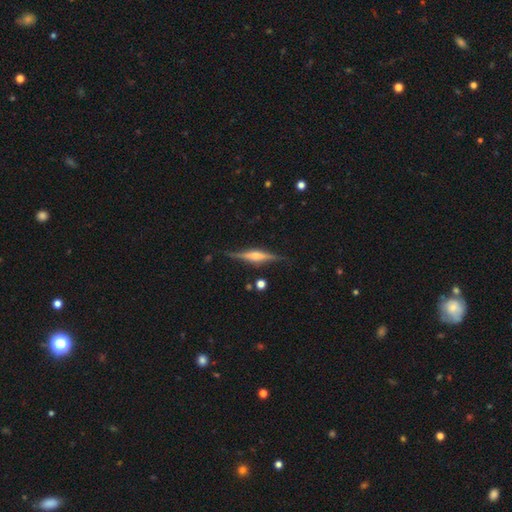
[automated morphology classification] Smooth or featured? Predicted: featured or disk (p=0.75). Edge-on disk? Predicted: yes (p=0.97). Edge-on bulge? Predicted: rounded (p=0.72). Merging? Predicted: none (p=0.85).